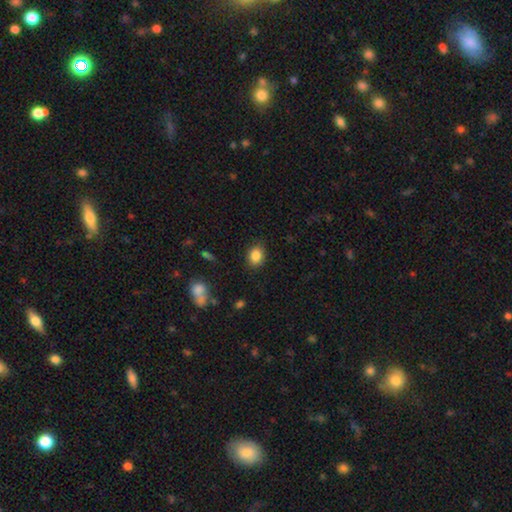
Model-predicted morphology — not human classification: Smooth or featured? Predicted: smooth (p=0.86). How rounded? Predicted: in between (p=0.56). Merging? Predicted: none (p=0.83).